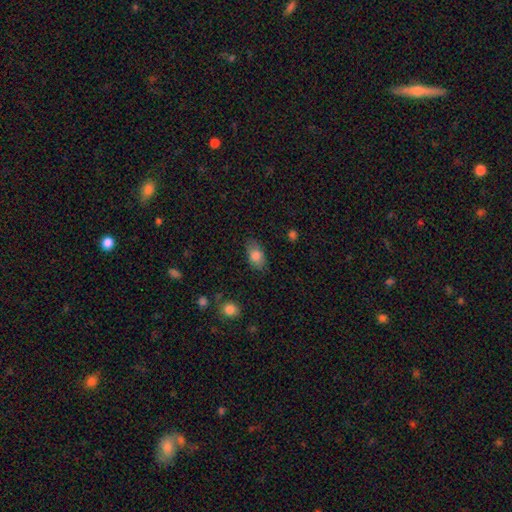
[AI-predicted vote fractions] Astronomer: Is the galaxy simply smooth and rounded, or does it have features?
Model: smooth — 81%.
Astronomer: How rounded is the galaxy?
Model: in between — 89%.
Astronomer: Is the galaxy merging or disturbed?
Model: none — 77%.